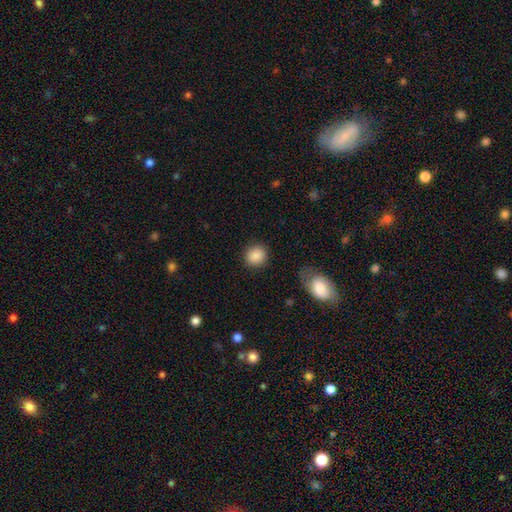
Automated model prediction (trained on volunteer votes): Overall: smooth (88%). How rounded: round (83%). Merging: none (88%).